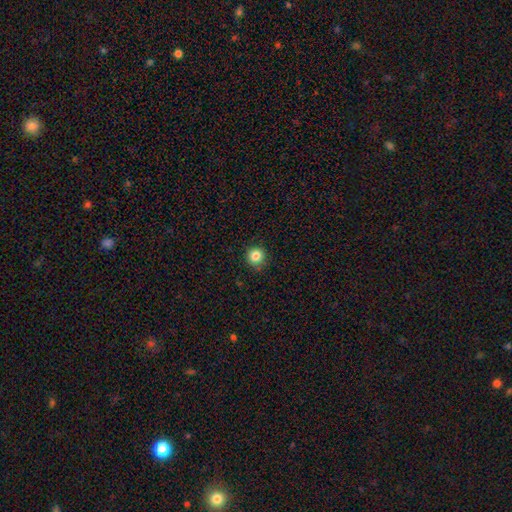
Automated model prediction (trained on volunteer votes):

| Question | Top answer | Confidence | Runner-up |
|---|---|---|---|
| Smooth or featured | smooth | 84% | star or artifact (11%) |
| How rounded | round | 94% | in between (5%) |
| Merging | none | 89% | minor disturbance (8%) |